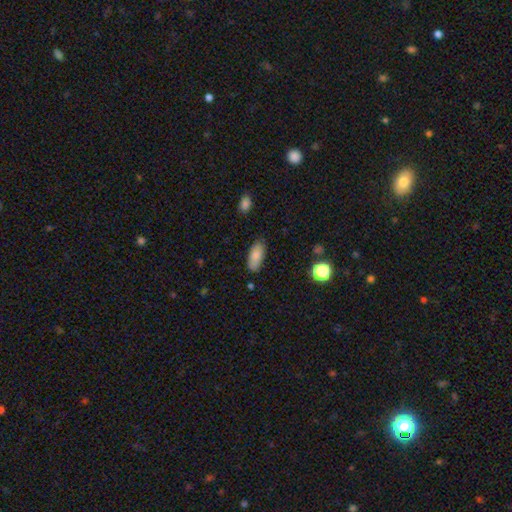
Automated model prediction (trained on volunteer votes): Smooth or featured: smooth — 84% (featured or disk — 9%)
How rounded: in between — 85% (cigar-shaped — 13%)
Merging: none — 83% (minor disturbance — 13%)